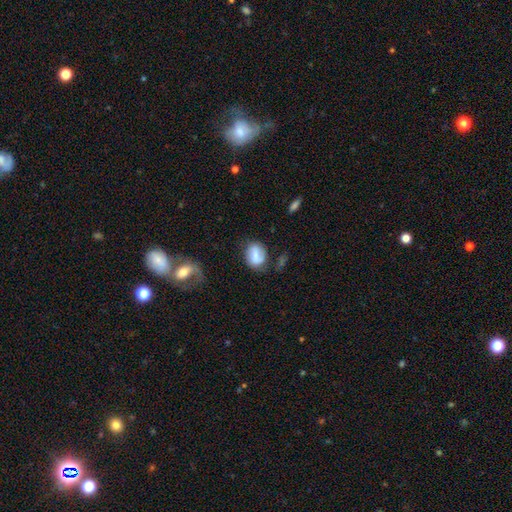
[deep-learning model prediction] Smooth or featured?
  - smooth: 57% *
  - featured or disk: 34%
  - star or artifact: 9%
How rounded?
  - in between: 59% *
  - round: 39%
  - cigar-shaped: 2%
Merging?
  - none: 58% *
  - minor disturbance: 25%
  - major disturbance: 11%
  - merger: 5%